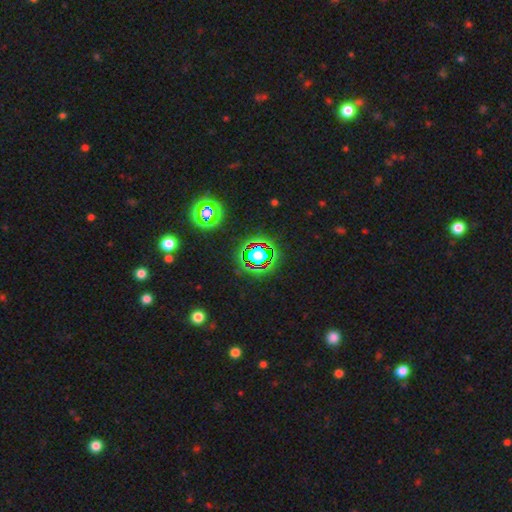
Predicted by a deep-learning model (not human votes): A star or artifact, not a galaxy (74%).